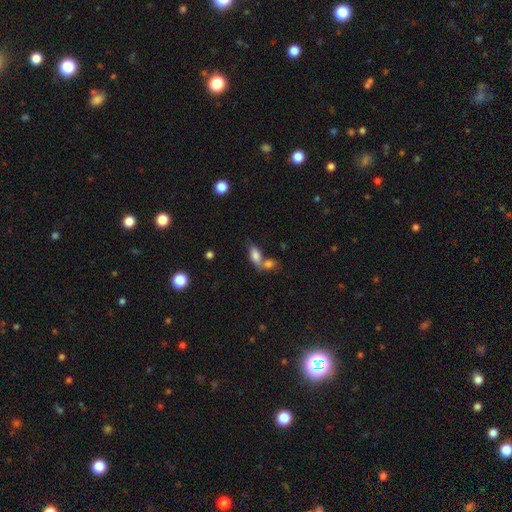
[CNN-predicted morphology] smooth_or_featured: smooth (p=0.79) [alt: featured or disk p=0.11]
how_rounded: in between (p=0.87) [alt: round p=0.07]
merging: merger (p=0.56) [alt: none p=0.29]